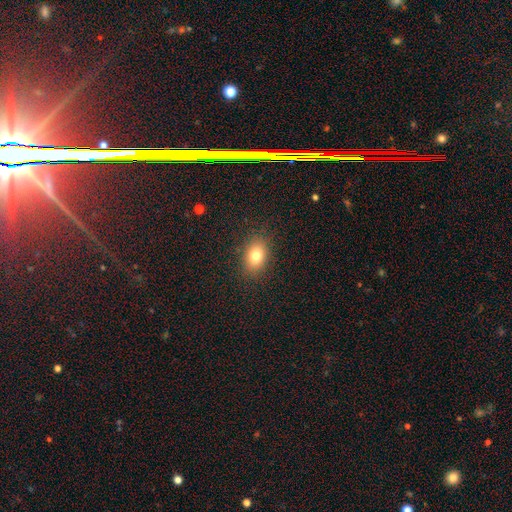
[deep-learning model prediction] This is clearly a smooth galaxy (80%). How rounded: likely in between (78%). Merging: clearly none (87%).